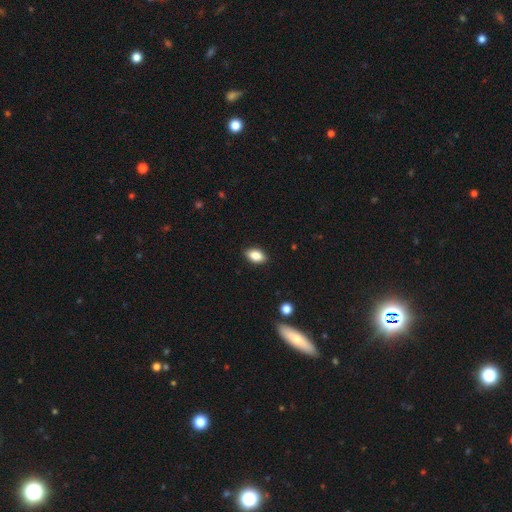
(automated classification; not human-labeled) A smooth galaxy with no disk features (87%) that is in between round and cigar-shaped (90%).

Vote fractions:
- Smooth or featured? smooth: 87% / star or artifact: 8% / featured or disk: 5%
- How rounded? in between: 90% / round: 8% / cigar-shaped: 2%
- Merging? none: 89% / minor disturbance: 8% / major disturbance: 2% / merger: 1%